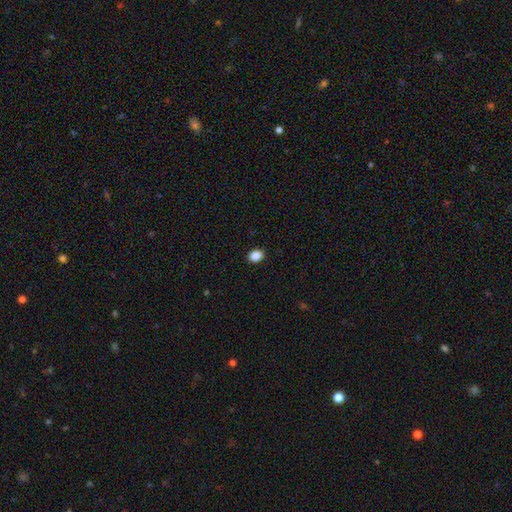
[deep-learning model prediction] smooth_or_featured: smooth (p=0.87) [alt: star or artifact p=0.10]
how_rounded: in between (p=0.59) [alt: round p=0.40]
merging: none (p=0.91) [alt: minor disturbance p=0.06]